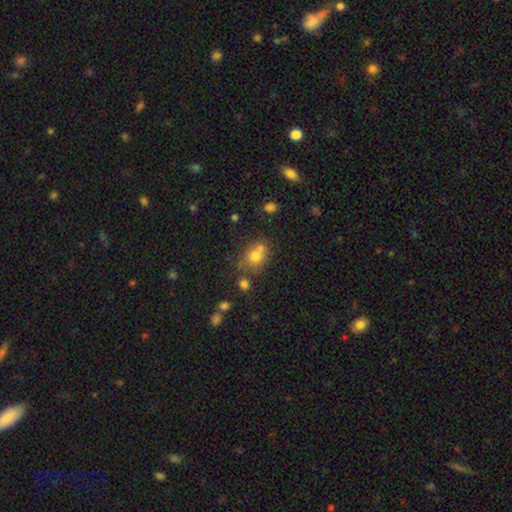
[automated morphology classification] A smooth galaxy with no disk features (72%) that is round (62%).

Vote fractions:
- Smooth or featured? smooth: 72% / featured or disk: 14% / star or artifact: 14%
- How rounded? round: 62% / in between: 37% / cigar-shaped: 1%
- Merging? none: 51% / merger: 29% / minor disturbance: 14% / major disturbance: 6%